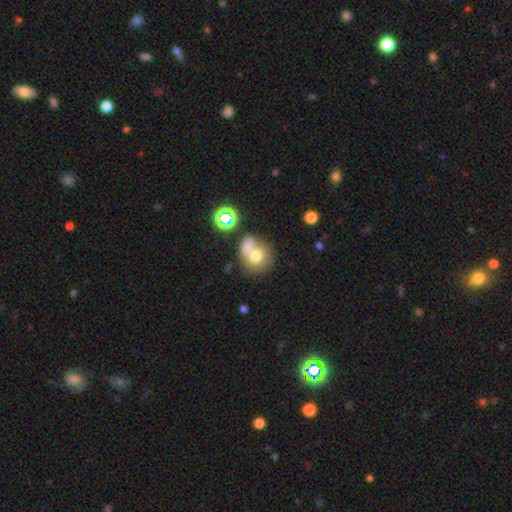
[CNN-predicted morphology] Q: Smooth or featured?
A: smooth (68%); runner-up: featured or disk (19%)
Q: How rounded?
A: round (71%); runner-up: in between (28%)
Q: Merging?
A: merger (48%); runner-up: none (35%)